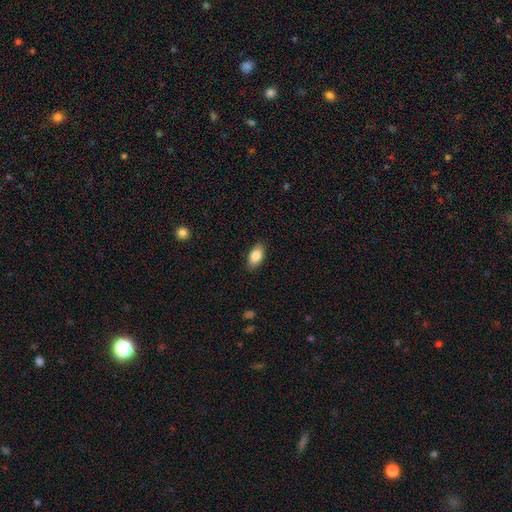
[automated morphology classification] The model was most divided on "smooth or featured": smooth: 84%, featured or disk: 9%, star or artifact: 7%. More confident: how rounded — in between (91%); merging — none (87%).